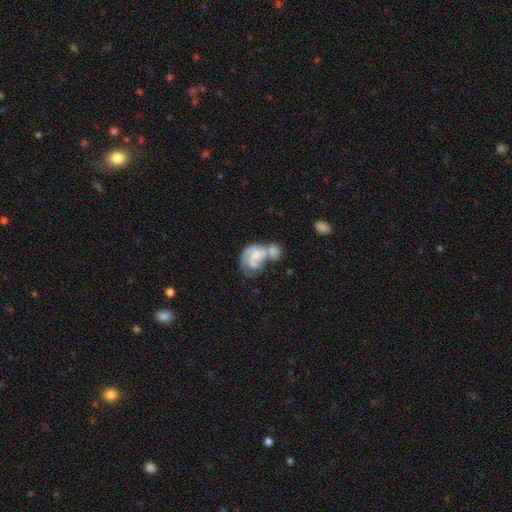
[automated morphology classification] Smooth or featured? Predicted: featured or disk (p=0.60). Edge-on disk? Predicted: no (p=0.98). Bar? Predicted: no (p=0.70). Spiral arms? Predicted: yes (p=0.71). Bulge size? Predicted: moderate (p=0.38). Merging? Predicted: merger (p=0.61).